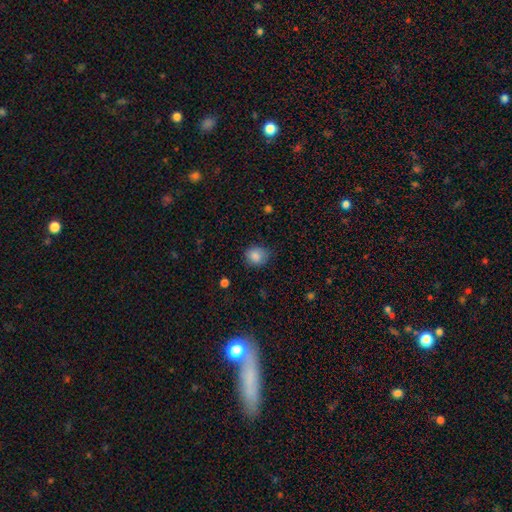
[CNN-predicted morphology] Overall: smooth (85%). How rounded: round (65%; in between 35%). Merging: none (70%).